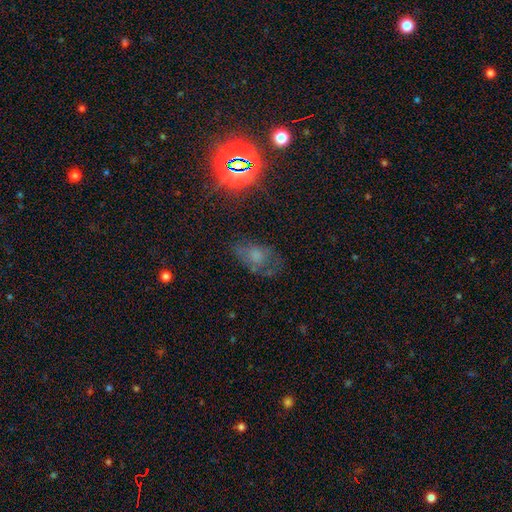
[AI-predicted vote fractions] The model was most divided on "smooth or featured": smooth: 46%, star or artifact: 28%, featured or disk: 26%. More confident: merging — none (50%).